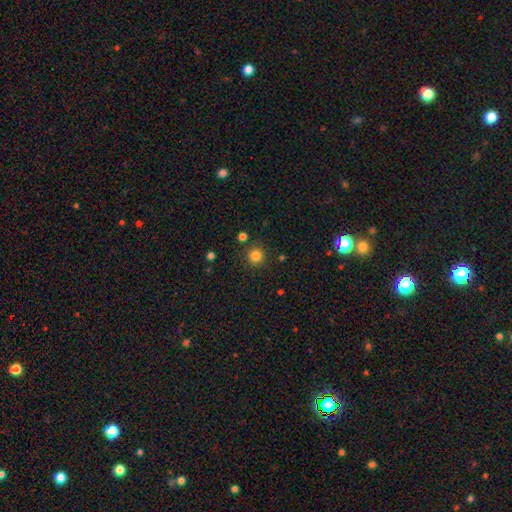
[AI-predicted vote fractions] Overall: smooth (83%). How rounded: round (95%). Merging: none (88%).